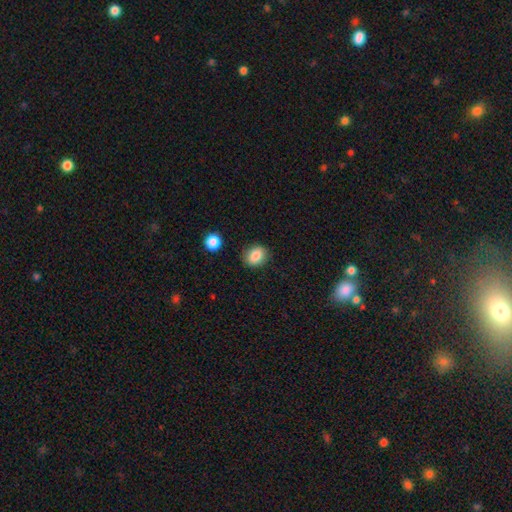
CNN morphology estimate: Q: Smooth or featured?
A: smooth (85%); runner-up: star or artifact (9%)
Q: How rounded?
A: round (52%); runner-up: in between (47%)
Q: Merging?
A: none (85%); runner-up: minor disturbance (11%)